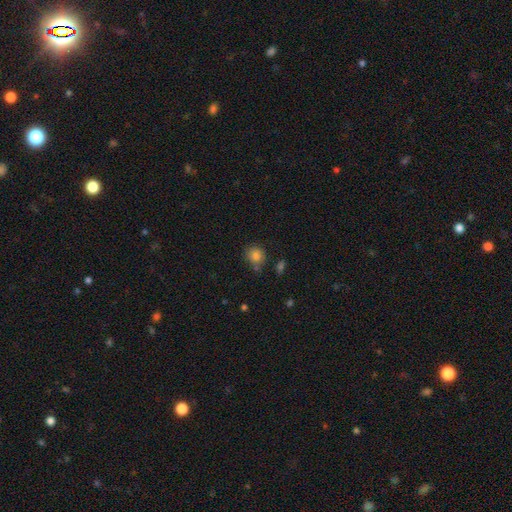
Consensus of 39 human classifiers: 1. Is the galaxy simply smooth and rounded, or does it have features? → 95% smooth, 5% star or artifact, 0% featured or disk.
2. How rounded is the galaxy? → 86% round, 14% in between, 0% cigar-shaped.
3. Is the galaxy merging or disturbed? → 89% none, 8% minor disturbance, 3% major disturbance, 0% merger.